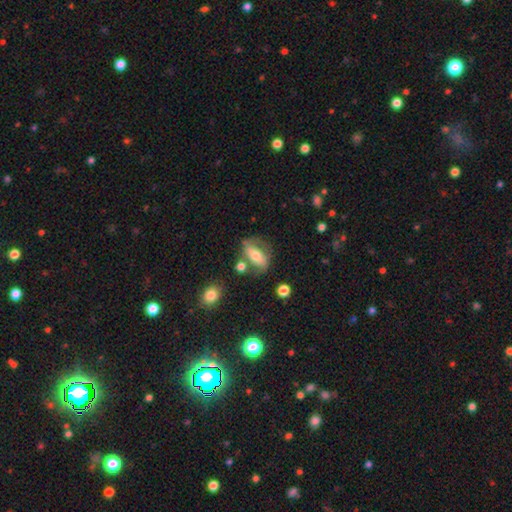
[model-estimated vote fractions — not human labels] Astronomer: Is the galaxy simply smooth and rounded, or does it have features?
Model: featured or disk — 51% (runner-up: smooth, 41%).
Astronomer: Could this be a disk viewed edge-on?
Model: no — 78%.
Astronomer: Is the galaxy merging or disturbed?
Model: none — 57%.